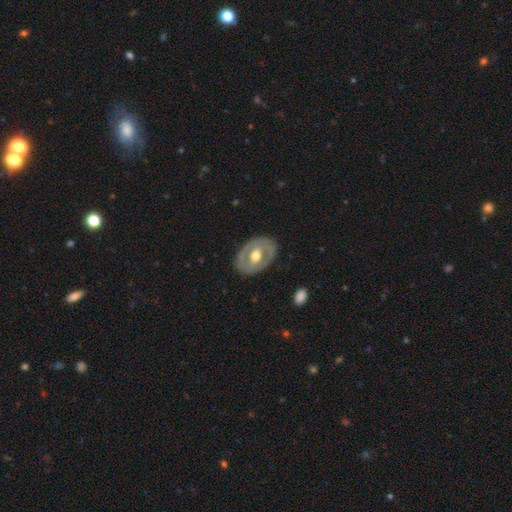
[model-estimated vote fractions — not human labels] Morphology: type=featured or disk (68%); edge-on=no (93%); bar=no (43%); spiral arms=no (66%); bulge=moderate (73%); merging=none (81%).